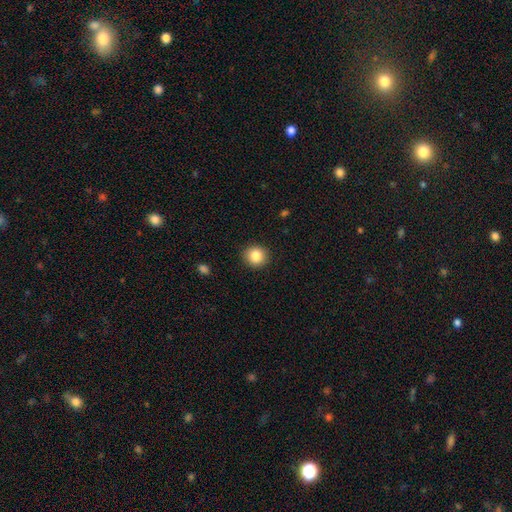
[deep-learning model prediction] Morphology: type=smooth (85%); roundness=round (89%); merging=none (91%).